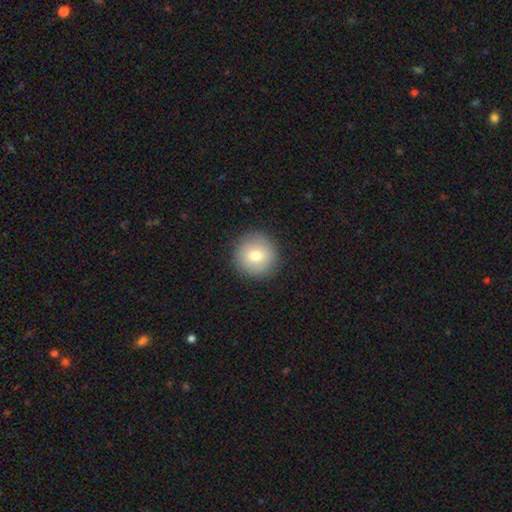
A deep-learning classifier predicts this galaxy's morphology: Overall: smooth (78%). How rounded: round (96%). Merging: none (91%).